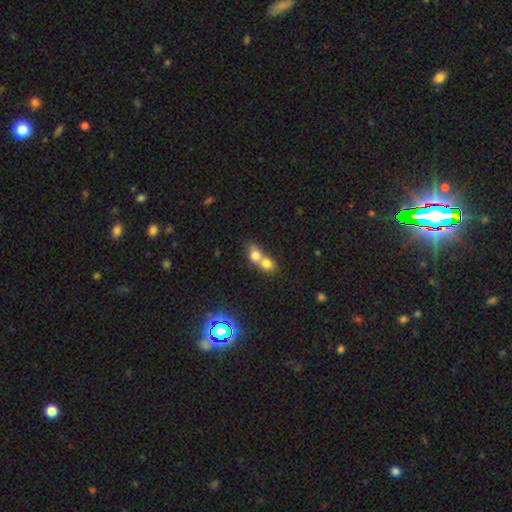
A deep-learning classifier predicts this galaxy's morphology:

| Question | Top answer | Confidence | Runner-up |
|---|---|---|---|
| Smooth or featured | smooth | 74% | featured or disk (15%) |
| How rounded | round | 52% | in between (46%) |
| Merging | merger | 75% | none (18%) |